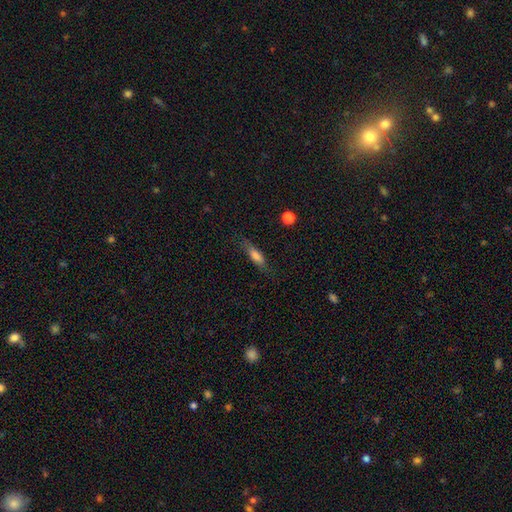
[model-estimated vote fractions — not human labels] This is likely a smooth galaxy (70%). How rounded: likely cigar-shaped (62%). Merging: likely none (76%).